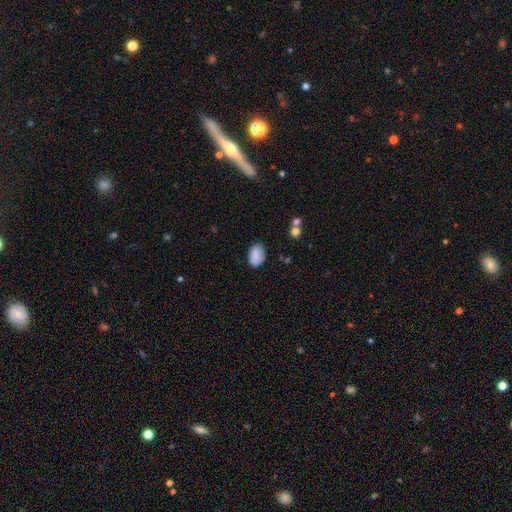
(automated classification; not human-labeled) Overall: smooth (85%). How rounded: in between (86%). Merging: none (78%).